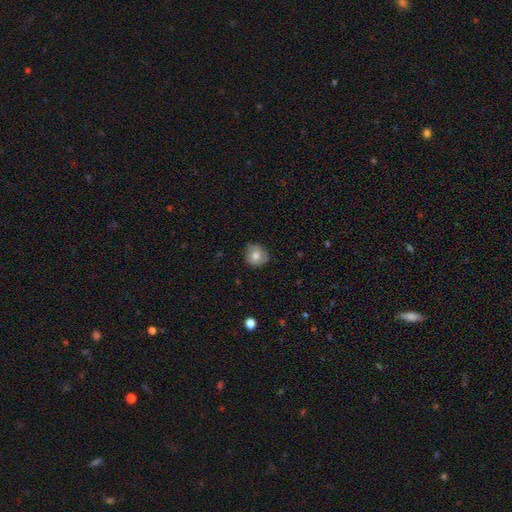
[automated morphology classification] type=smooth (72%); roundness=round (86%); merging=none (77%).